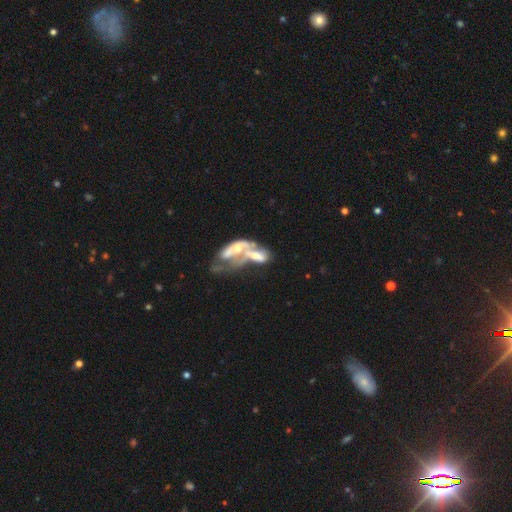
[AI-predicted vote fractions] This appears to be a featured or disk galaxy (61%) with no bar (77%), no spiral arms (68%) and a moderate central bulge (43%). Merging: merger (71%).